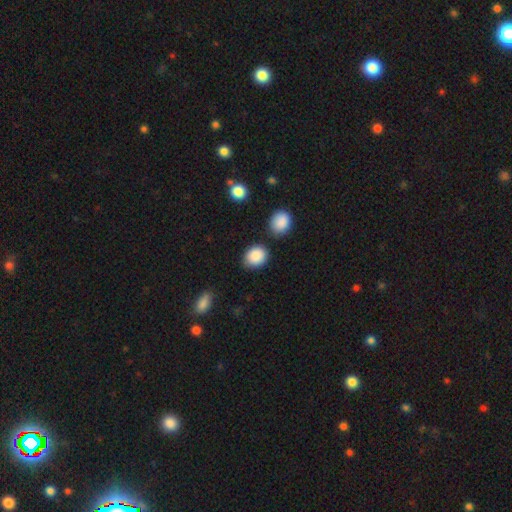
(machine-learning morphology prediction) smooth_or_featured: smooth (p=0.88) [alt: star or artifact p=0.08]
how_rounded: round (p=0.53) [alt: in between p=0.46]
merging: none (p=0.76) [alt: minor disturbance p=0.14]